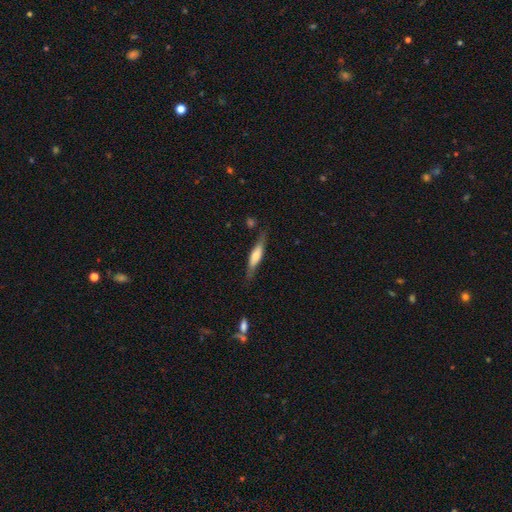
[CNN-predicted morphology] This is possibly a smooth galaxy (52%). How rounded: likely cigar-shaped (75%). Merging: likely none (74%).